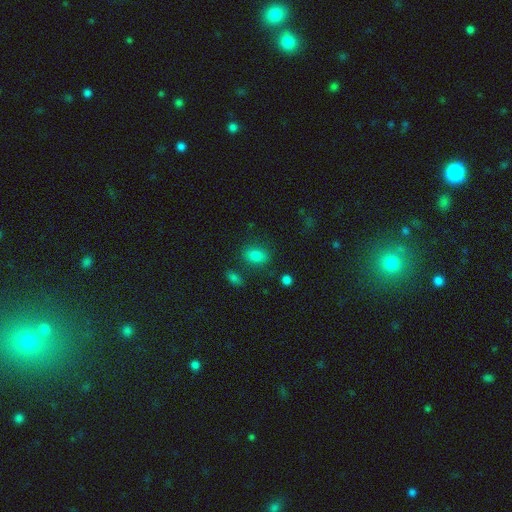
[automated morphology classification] The model was most divided on "how rounded": in between: 78%, round: 19%, cigar-shaped: 2%. More confident: smooth or featured — smooth (82%); merging — none (76%).